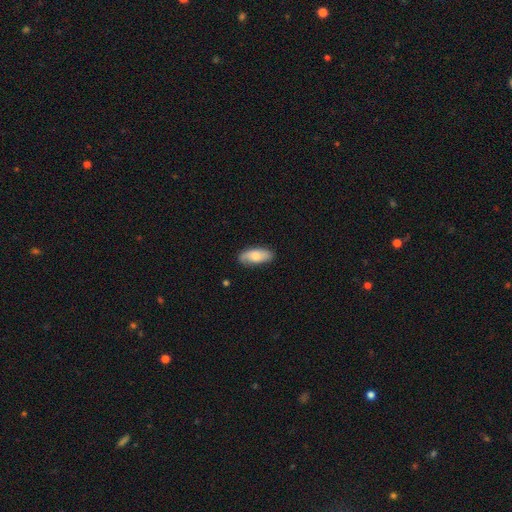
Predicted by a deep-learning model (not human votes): This appears to be a smooth galaxy with no disk features (70%) that is in between round and cigar-shaped (86%). Merging: none (79%).